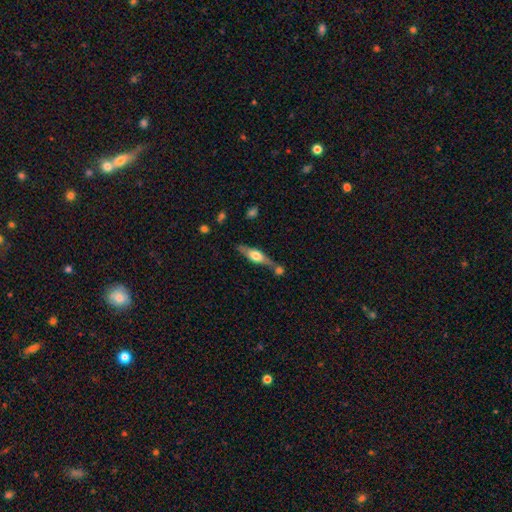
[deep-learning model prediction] smooth_or_featured: featured or disk (p=0.54) [alt: smooth p=0.40]
disk_edge_on: yes (p=0.88) [alt: no p=0.12]
merging: none (p=0.57) [alt: merger p=0.21]